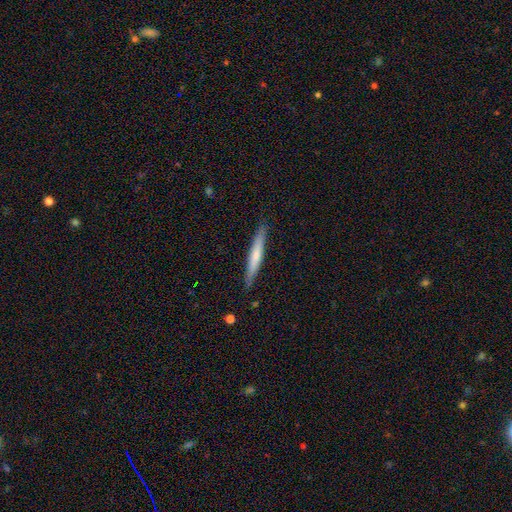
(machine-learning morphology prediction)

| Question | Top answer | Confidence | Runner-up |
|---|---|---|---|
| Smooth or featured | smooth | 58% | featured or disk (36%) |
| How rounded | cigar-shaped | 95% | in between (3%) |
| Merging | none | 89% | minor disturbance (8%) |